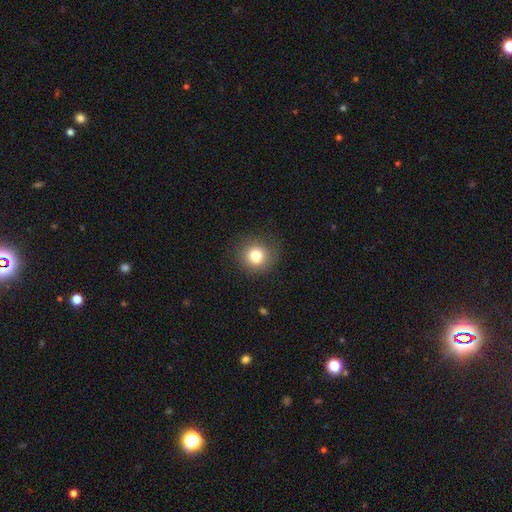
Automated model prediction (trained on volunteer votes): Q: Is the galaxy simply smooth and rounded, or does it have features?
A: smooth — 79%.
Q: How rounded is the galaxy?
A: round — 89%.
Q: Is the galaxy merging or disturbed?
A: none — 85%.